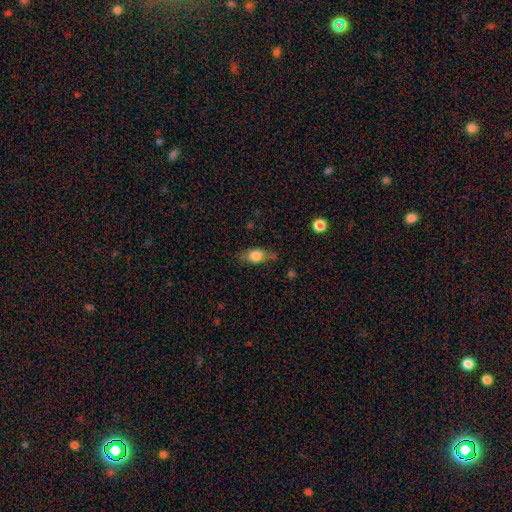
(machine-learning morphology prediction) Smooth or featured? smooth (67%)
How rounded? in between (70%)
Merging? none (69%)